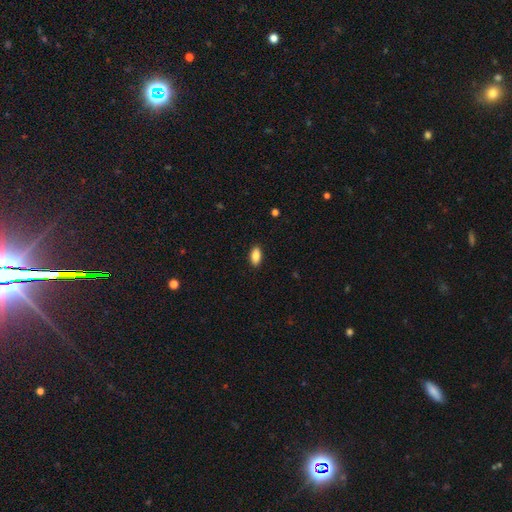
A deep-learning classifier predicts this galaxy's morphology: smooth_or_featured: smooth (p=0.88) [alt: star or artifact p=0.07]
how_rounded: in between (p=0.91) [alt: cigar-shaped p=0.06]
merging: none (p=0.89) [alt: minor disturbance p=0.08]